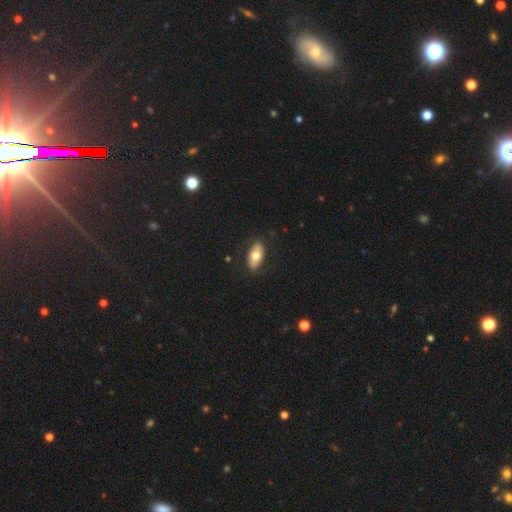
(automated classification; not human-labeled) Morphology: type=smooth (71%); roundness=in between (91%); merging=none (85%).